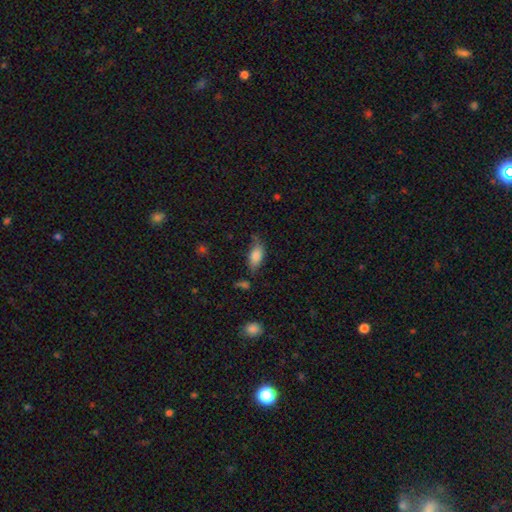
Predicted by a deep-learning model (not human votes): Smooth or featured: smooth — 81% (featured or disk — 12%)
How rounded: in between — 89% (cigar-shaped — 8%)
Merging: none — 61% (minor disturbance — 27%)